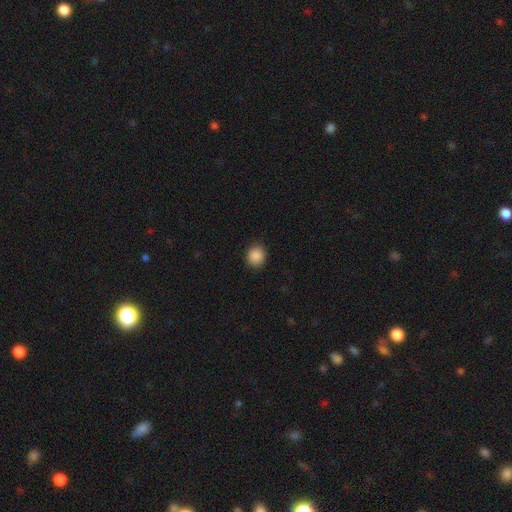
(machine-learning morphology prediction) The model was most divided on "how rounded": round: 87%, in between: 12%, cigar-shaped: 1%. More confident: merging — none (91%); smooth or featured — smooth (88%).